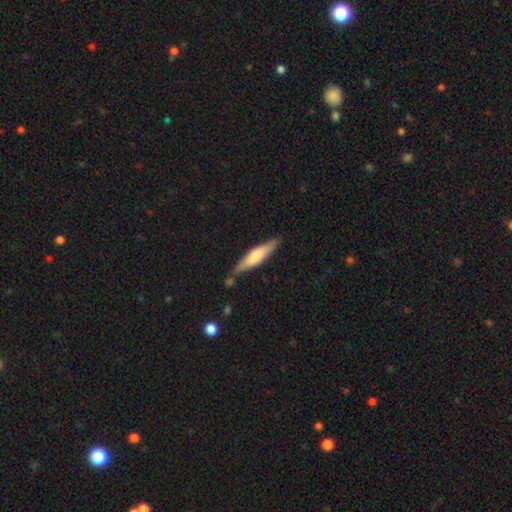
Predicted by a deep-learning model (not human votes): This is possibly a smooth galaxy (55%). How rounded: clearly cigar-shaped (81%). Merging: likely none (78%).